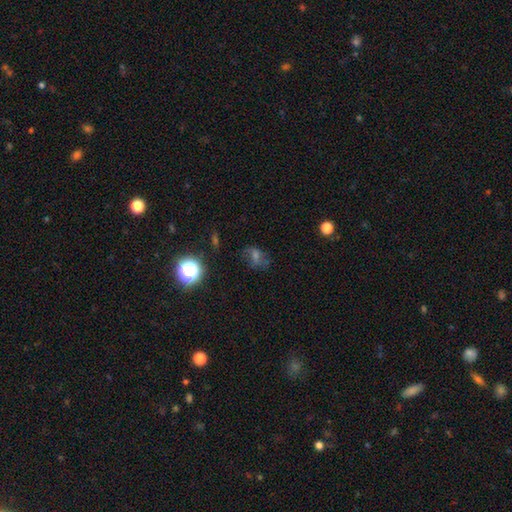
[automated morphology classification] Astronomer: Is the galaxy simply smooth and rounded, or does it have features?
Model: smooth — 41% (runner-up: star or artifact, 33%).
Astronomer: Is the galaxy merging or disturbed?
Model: none — 64%.